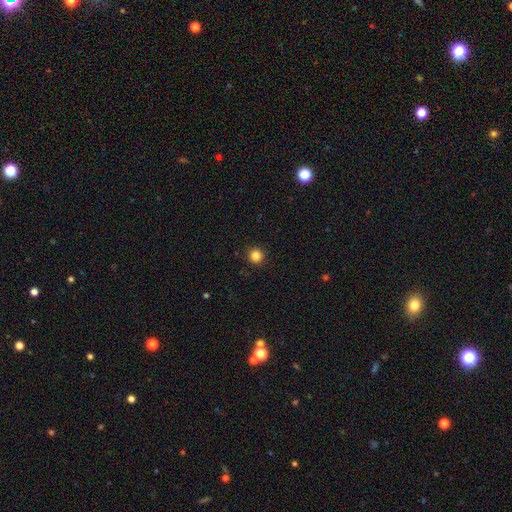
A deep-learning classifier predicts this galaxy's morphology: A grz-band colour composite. It shows a smooth galaxy with no disk features (84%) that is round (96%). Merging: none (93%).